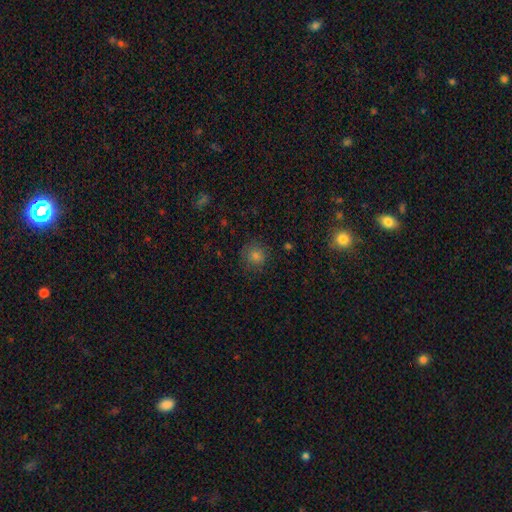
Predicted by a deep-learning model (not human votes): The model was most divided on "smooth or featured": smooth: 75%, star or artifact: 18%, featured or disk: 7%. More confident: how rounded — round (90%); merging — none (81%).